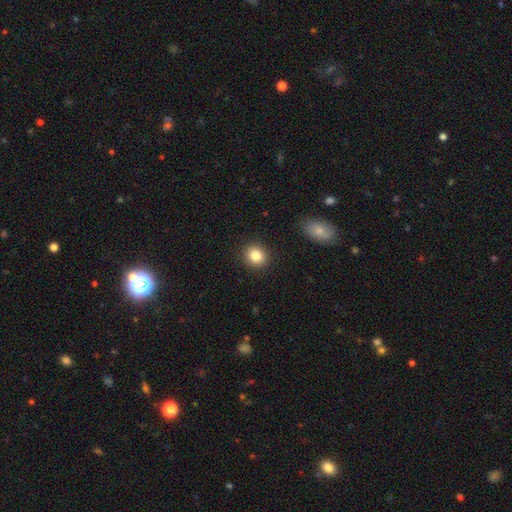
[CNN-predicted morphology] type=smooth (84%); roundness=round (80%); merging=none (90%).